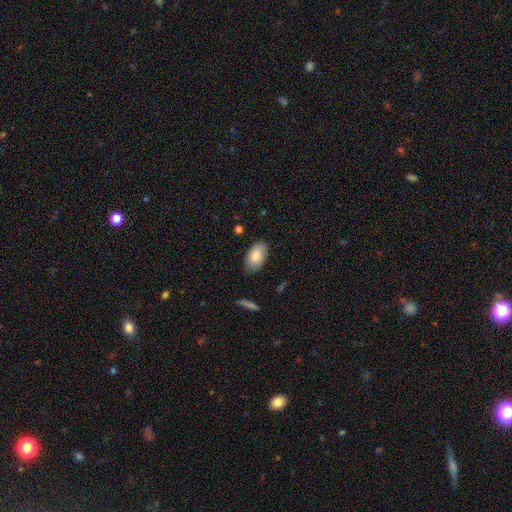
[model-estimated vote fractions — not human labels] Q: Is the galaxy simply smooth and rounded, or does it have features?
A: smooth — 81%.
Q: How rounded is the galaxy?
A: in between — 94%.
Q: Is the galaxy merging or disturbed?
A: none — 83%.